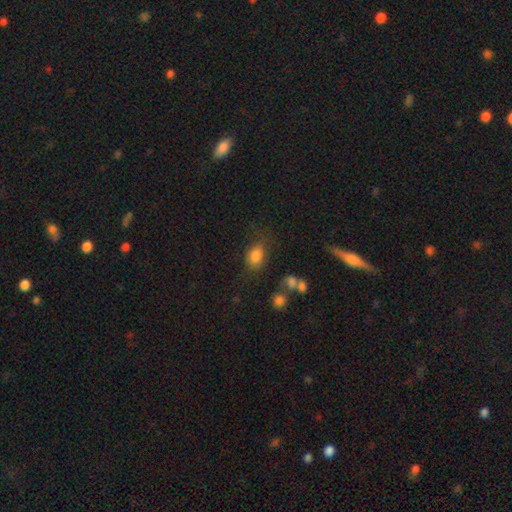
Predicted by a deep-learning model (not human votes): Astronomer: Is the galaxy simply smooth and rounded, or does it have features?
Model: smooth — 83%.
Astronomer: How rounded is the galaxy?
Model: in between — 76%.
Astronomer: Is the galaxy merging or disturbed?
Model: none — 63%.